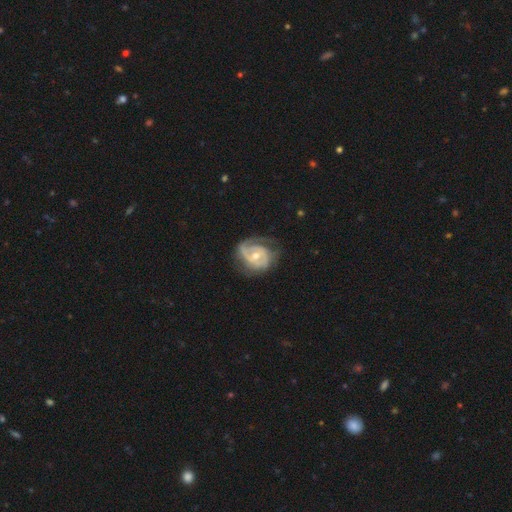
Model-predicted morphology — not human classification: featured or disk 85%, smooth 11%, star or artifact 5%. Down the decision tree: edge-on disk — no (97%); bar — no (53%); spiral arms — yes (93%); spiral arm count — 2 (49%); spiral winding — tight (53%); bulge size — moderate (58%); merging — none (59%).